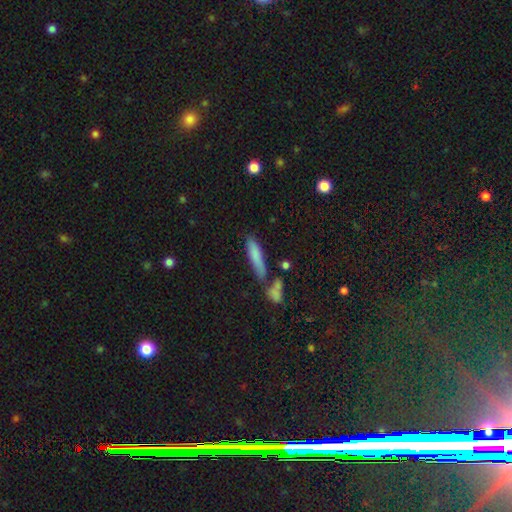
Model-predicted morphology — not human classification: smooth-or-featured: smooth: 78% | featured or disk: 13% | star or artifact: 8%
  how-rounded: cigar-shaped: 75% | in between: 23% | round: 2%
  merging: none: 60% | merger: 18% | minor disturbance: 16% | major disturbance: 6%